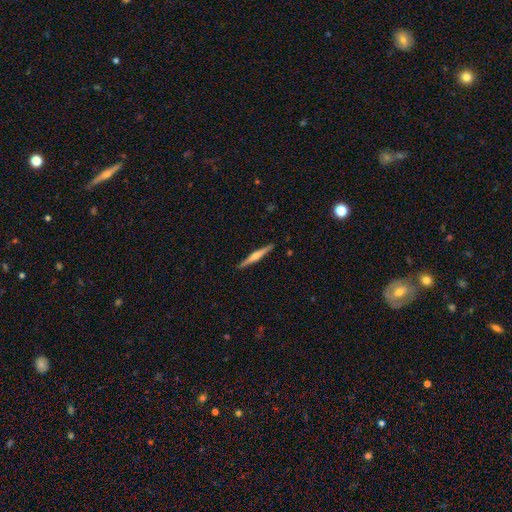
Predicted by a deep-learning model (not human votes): A featured or disk galaxy (68%) viewed edge-on (98%) with a rounded central bulge (84%).

Vote fractions:
- Smooth or featured? featured or disk: 68% / smooth: 26% / star or artifact: 5%
- Edge-on disk? yes: 98% / no: 2%
- Edge-on bulge? rounded: 84% / none: 9% / boxy: 7%
- Merging? none: 91% / minor disturbance: 6% / major disturbance: 1% / merger: 1%